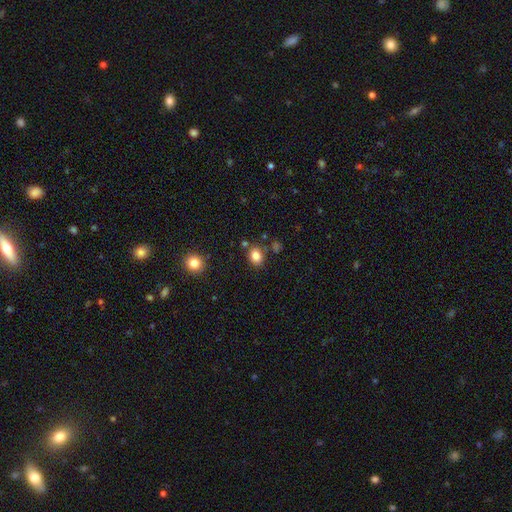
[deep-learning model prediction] A smooth galaxy with no disk features (83%) that is round (53%).

Vote fractions:
- Smooth or featured? smooth: 83% / star or artifact: 11% / featured or disk: 6%
- How rounded? round: 53% / in between: 46% / cigar-shaped: 1%
- Merging? none: 79% / minor disturbance: 11% / merger: 6% / major disturbance: 3%